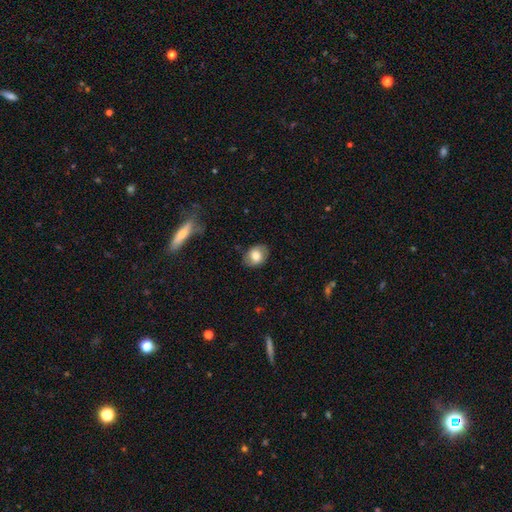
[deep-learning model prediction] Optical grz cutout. It shows a smooth galaxy with no disk features (72%) that is in between round and cigar-shaped (63%). Merging: none (79%).